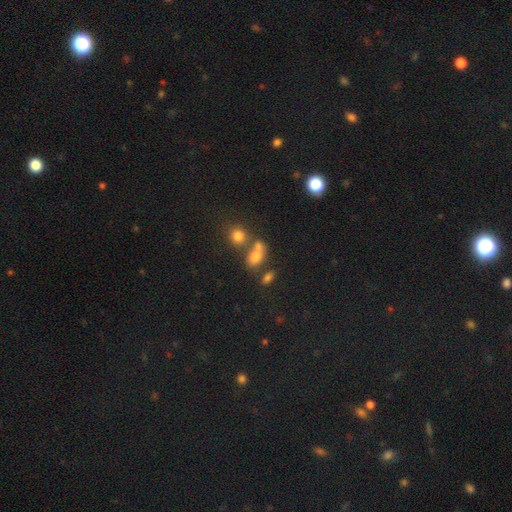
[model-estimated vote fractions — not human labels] This appears to be a smooth galaxy with no disk features (67%) that is in between round and cigar-shaped (69%). Merging: none (45%).